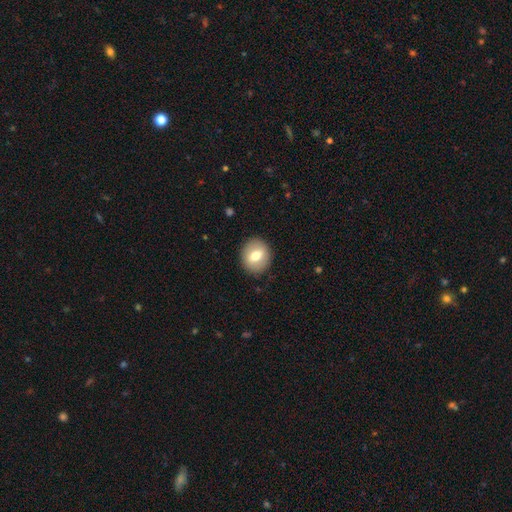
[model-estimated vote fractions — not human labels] A smooth galaxy with no disk features (70%) that is round (74%). Merging: none (89%).